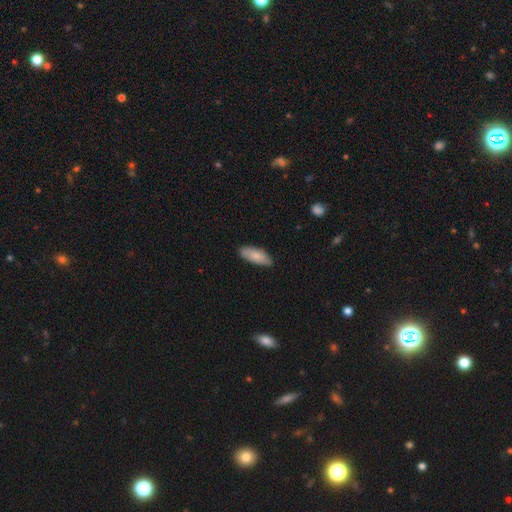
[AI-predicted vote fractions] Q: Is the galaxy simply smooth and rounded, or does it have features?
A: smooth — 83%.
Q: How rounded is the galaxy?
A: in between — 75%.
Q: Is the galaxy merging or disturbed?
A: none — 81%.